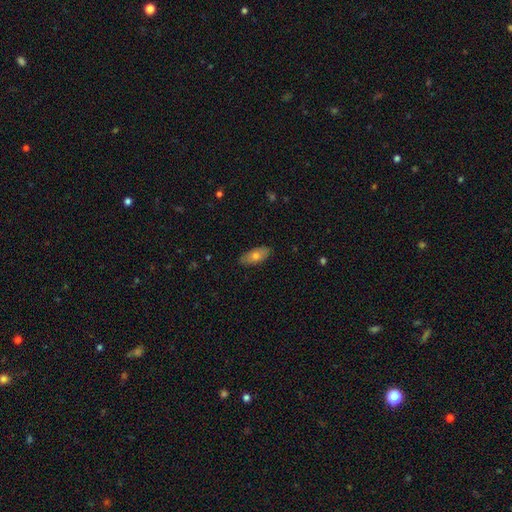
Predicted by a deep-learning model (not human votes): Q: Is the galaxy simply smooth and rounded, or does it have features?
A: smooth — 70%.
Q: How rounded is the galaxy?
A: in between — 85%.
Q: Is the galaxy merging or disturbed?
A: none — 86%.